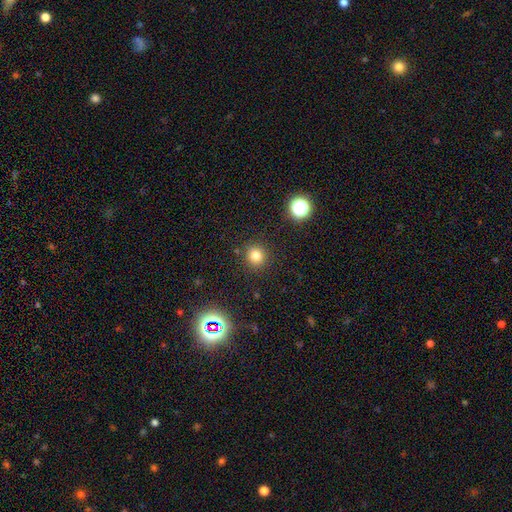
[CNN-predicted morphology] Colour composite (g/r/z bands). It shows a smooth galaxy with no disk features (78%) that is round (91%). Merging: none (88%).